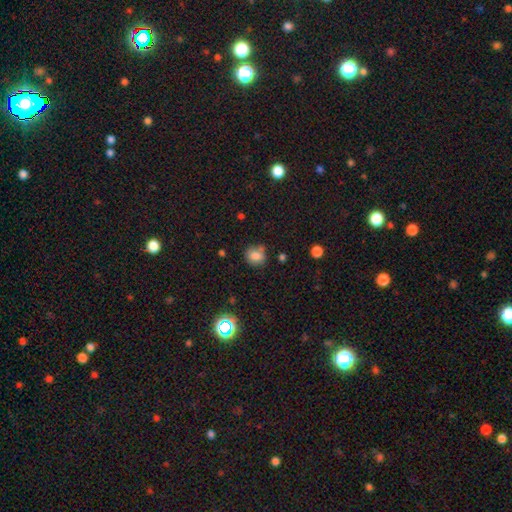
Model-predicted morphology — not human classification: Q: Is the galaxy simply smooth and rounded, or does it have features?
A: smooth — 80%.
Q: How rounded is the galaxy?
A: round — 74%.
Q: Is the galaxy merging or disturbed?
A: none — 66%.